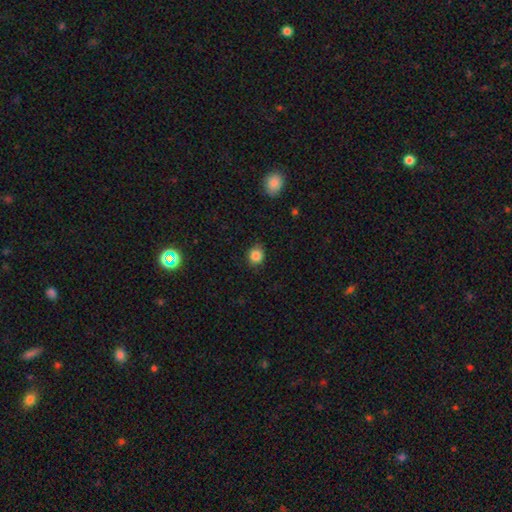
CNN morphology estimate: smooth-or-featured: smooth: 85% | star or artifact: 11% | featured or disk: 4%
  how-rounded: round: 78% | in between: 21% | cigar-shaped: 1%
  merging: none: 83% | minor disturbance: 13% | major disturbance: 3% | merger: 1%